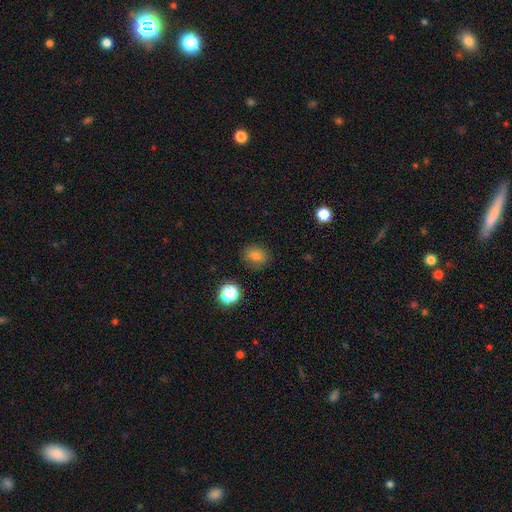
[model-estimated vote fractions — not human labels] Smooth or featured? Predicted: smooth (p=0.78). How rounded? Predicted: round (p=0.51). Merging? Predicted: none (p=0.85).